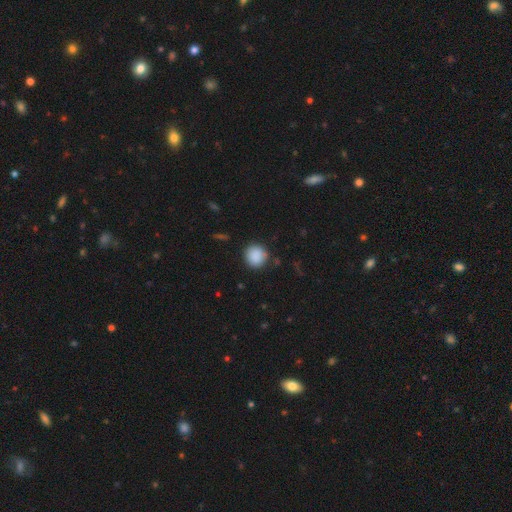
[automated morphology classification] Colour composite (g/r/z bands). It shows a smooth galaxy with no disk features (88%) that is round (92%). Merging: none (85%).